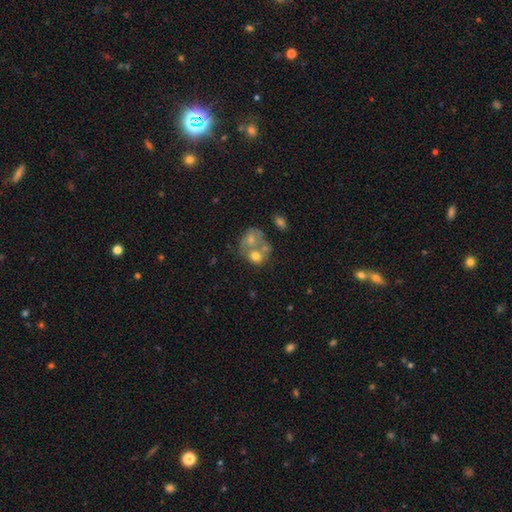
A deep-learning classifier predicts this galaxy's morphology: The model was most divided on "how rounded": round: 56%, in between: 43%, cigar-shaped: 1%. More confident: merging — merger (62%); smooth or featured — smooth (55%).